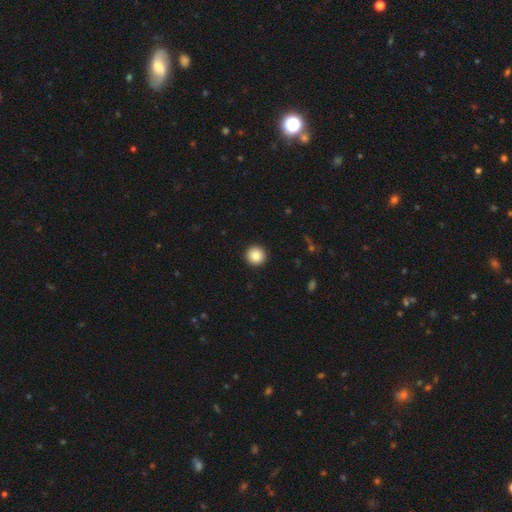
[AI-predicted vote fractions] Q: Smooth or featured?
A: smooth (85%); runner-up: star or artifact (9%)
Q: How rounded?
A: round (96%); runner-up: in between (3%)
Q: Merging?
A: none (94%); runner-up: minor disturbance (4%)